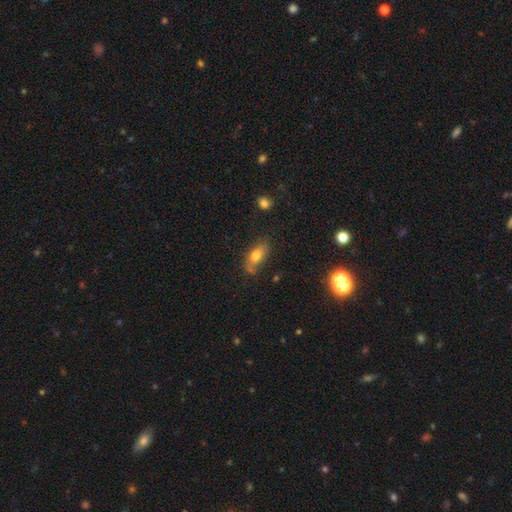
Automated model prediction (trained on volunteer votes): This appears to be a smooth galaxy with no disk features (71%) that is in between round and cigar-shaped (82%). Merging: none (59%).